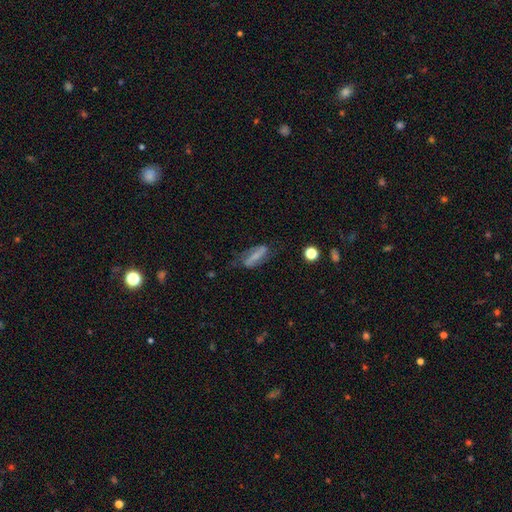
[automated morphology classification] This is possibly a featured or disk galaxy (55%). It is clearly not viewed edge-on (86%). Merging: likely none (62%).